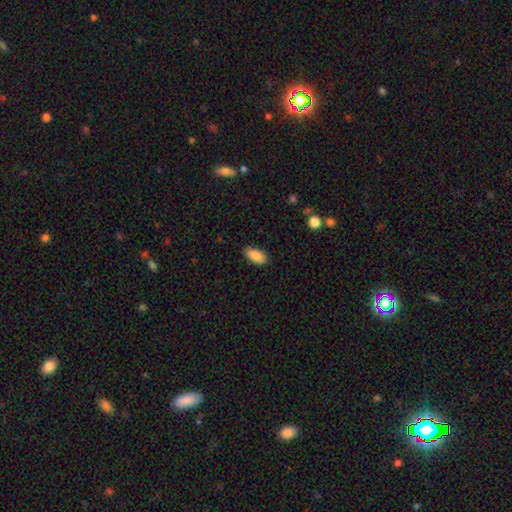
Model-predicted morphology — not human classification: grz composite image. It shows a smooth galaxy with no disk features (88%) that is in between round and cigar-shaped (91%). Merging: none (86%).